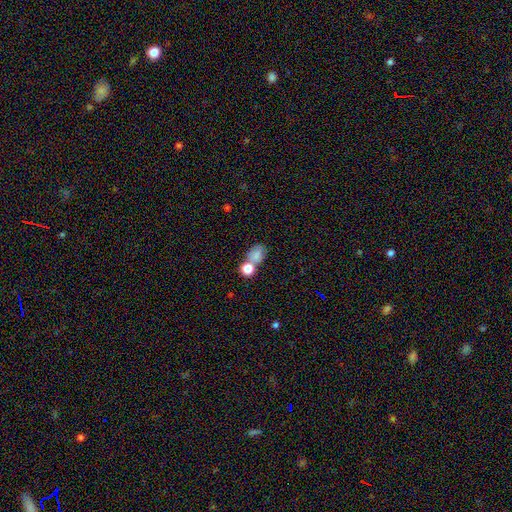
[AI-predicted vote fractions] Q: Smooth or featured?
A: smooth (78%); runner-up: star or artifact (12%)
Q: How rounded?
A: in between (60%); runner-up: round (38%)
Q: Merging?
A: merger (41%); runner-up: none (39%)